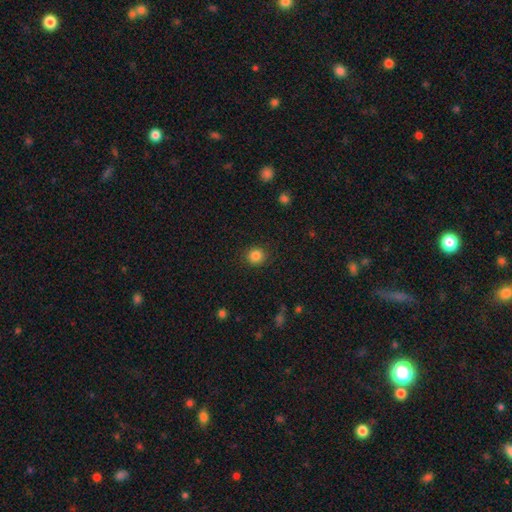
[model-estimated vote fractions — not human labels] This appears to be a smooth galaxy with no disk features (85%) that is round (91%). Merging: none (90%).